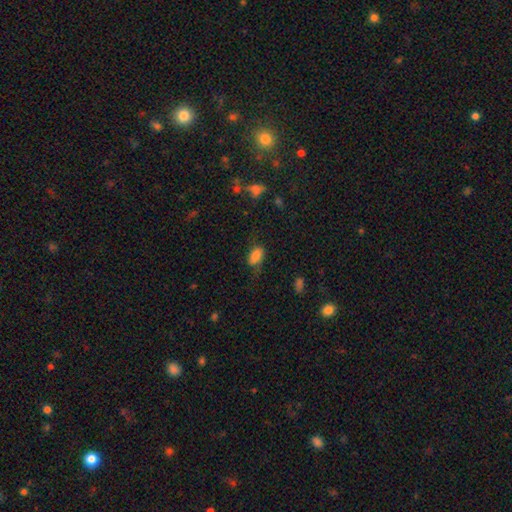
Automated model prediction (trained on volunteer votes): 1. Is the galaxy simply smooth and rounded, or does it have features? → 76% smooth, 15% featured or disk, 9% star or artifact.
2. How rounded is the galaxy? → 90% in between, 8% round, 3% cigar-shaped.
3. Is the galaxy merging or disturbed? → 55% none, 27% minor disturbance, 15% major disturbance, 2% merger.